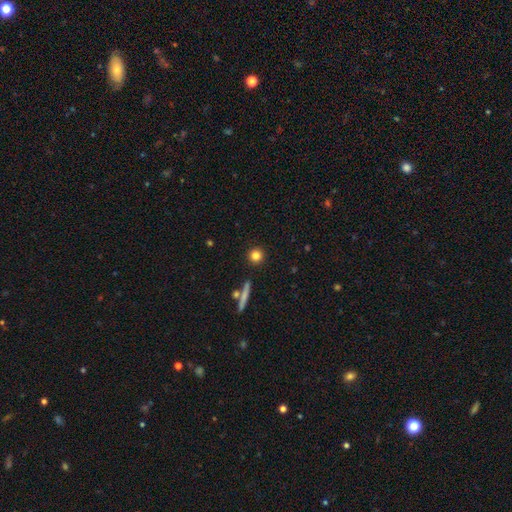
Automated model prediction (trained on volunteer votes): Smooth or featured: smooth — 81% (star or artifact — 11%)
How rounded: round — 93% (in between — 5%)
Merging: none — 90% (minor disturbance — 5%)